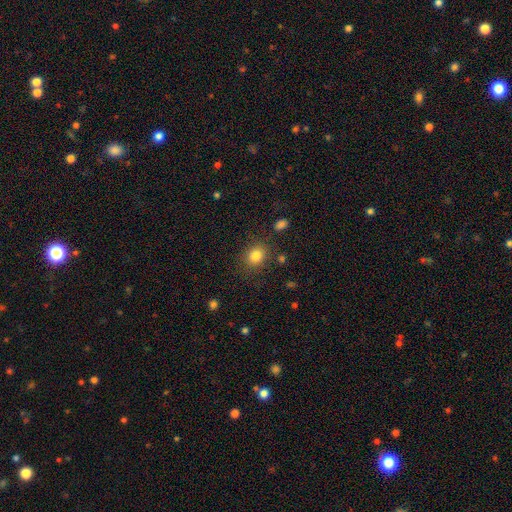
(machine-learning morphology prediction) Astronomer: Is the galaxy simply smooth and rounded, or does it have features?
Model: smooth — 83%.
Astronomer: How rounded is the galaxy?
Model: round — 64%.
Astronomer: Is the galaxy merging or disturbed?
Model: none — 82%.